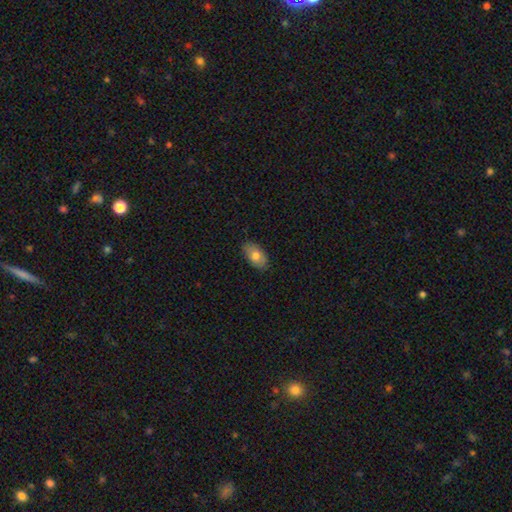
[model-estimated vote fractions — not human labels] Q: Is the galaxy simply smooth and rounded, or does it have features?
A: smooth — 75%.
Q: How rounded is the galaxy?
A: in between — 92%.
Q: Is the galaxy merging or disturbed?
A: none — 85%.